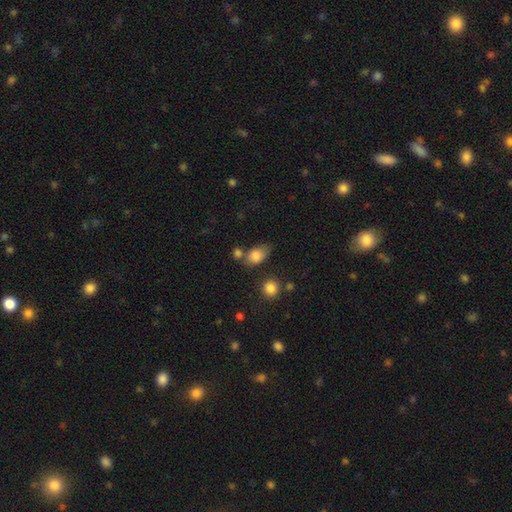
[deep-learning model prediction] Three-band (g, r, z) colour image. It shows a smooth galaxy with no disk features (83%) that is in between round and cigar-shaped (78%). Merging: none (54%).